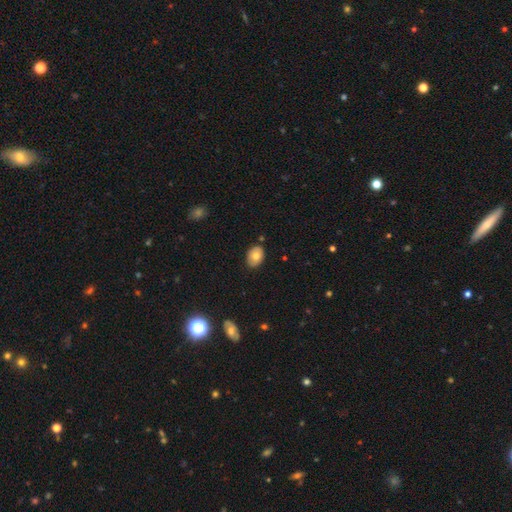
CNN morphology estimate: type=smooth (77%); roundness=in between (78%); merging=none (83%).